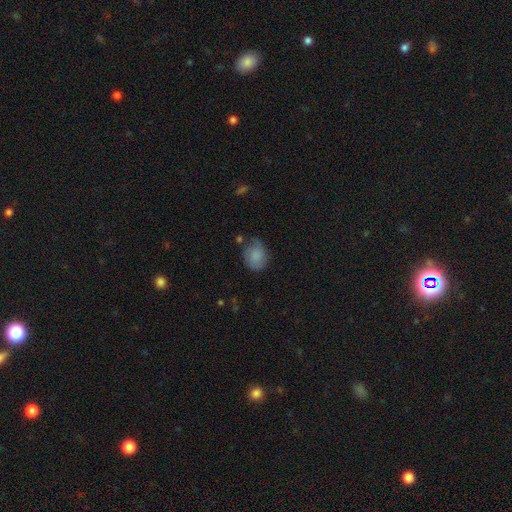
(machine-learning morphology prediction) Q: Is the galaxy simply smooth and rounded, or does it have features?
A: smooth — 81%.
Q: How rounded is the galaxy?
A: round — 54%.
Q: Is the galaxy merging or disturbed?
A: none — 60%.